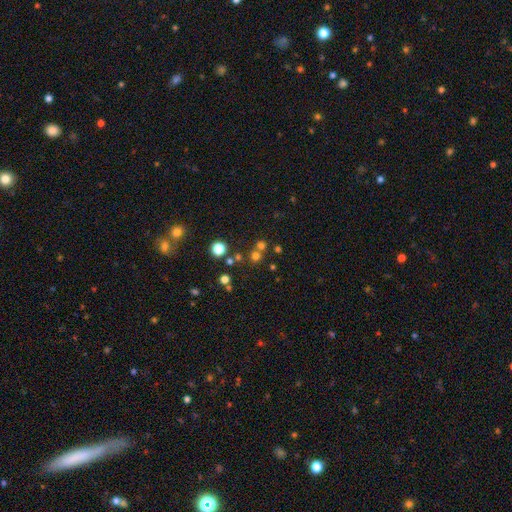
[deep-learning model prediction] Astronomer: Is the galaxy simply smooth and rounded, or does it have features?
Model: smooth — 62%.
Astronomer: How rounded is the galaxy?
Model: round — 91%.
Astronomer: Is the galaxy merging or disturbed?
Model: none — 63%.